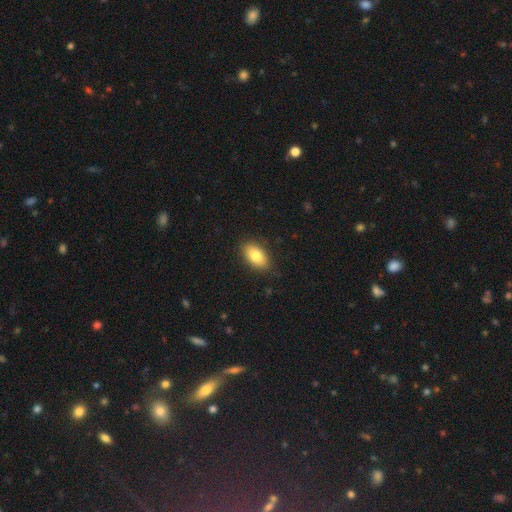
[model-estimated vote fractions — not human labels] smooth-or-featured: smooth: 82% | featured or disk: 11% | star or artifact: 7%
  how-rounded: in between: 92% | round: 6% | cigar-shaped: 3%
  merging: none: 86% | minor disturbance: 11% | major disturbance: 2% | merger: 1%